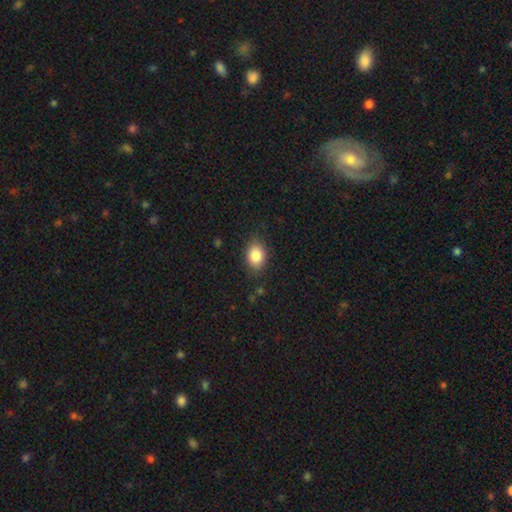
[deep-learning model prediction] The model was most divided on "how rounded": in between: 69%, round: 29%, cigar-shaped: 1%. More confident: smooth or featured — smooth (84%); merging — none (82%).